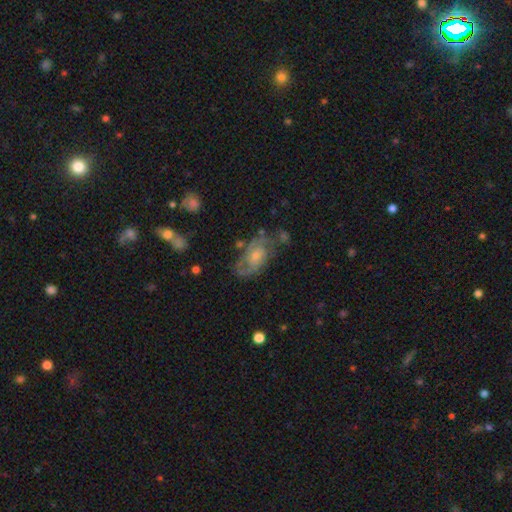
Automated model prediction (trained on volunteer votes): Smooth or featured? Predicted: featured or disk (p=0.67). Edge-on disk? Predicted: no (p=0.95). Bar? Predicted: no (p=0.70). Spiral arms? Predicted: yes (p=0.81). Spiral winding? Predicted: medium (p=0.44). Spiral arm count? Predicted: 2 (p=0.61). Bulge size? Predicted: small (p=0.49). Merging? Predicted: none (p=0.56).